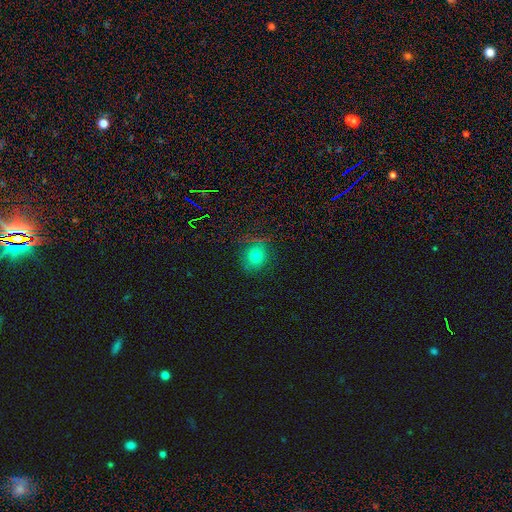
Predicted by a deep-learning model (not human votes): A smooth galaxy with no disk features (73%) that is round (76%). Merging: none (77%).